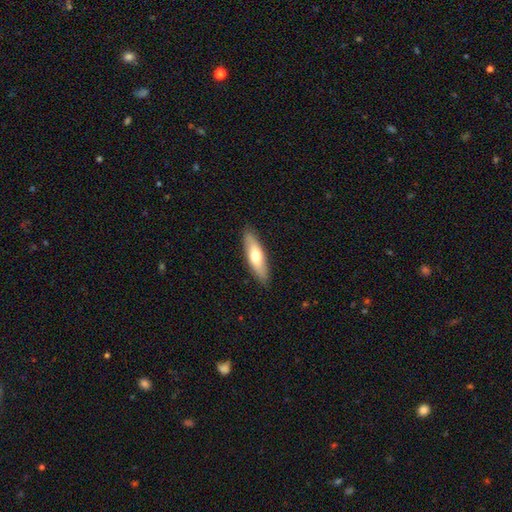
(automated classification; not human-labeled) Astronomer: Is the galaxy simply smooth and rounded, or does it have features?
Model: smooth — 62%.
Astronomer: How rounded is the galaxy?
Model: cigar-shaped — 57% (runner-up: in between, 41%).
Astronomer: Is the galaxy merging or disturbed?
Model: none — 86%.